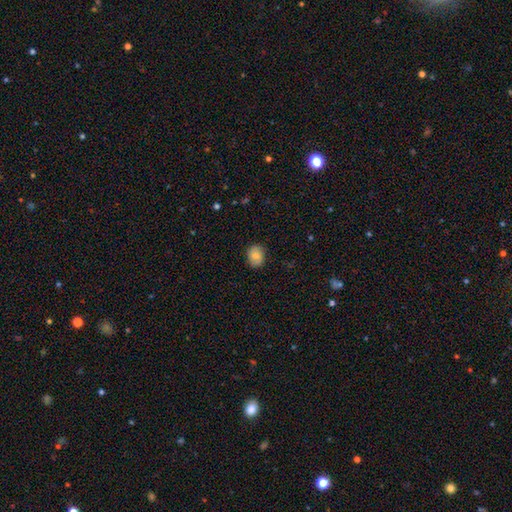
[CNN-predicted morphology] The model was most divided on "how rounded": round: 54%, in between: 45%, cigar-shaped: 1%. More confident: merging — none (83%); smooth or featured — smooth (71%).